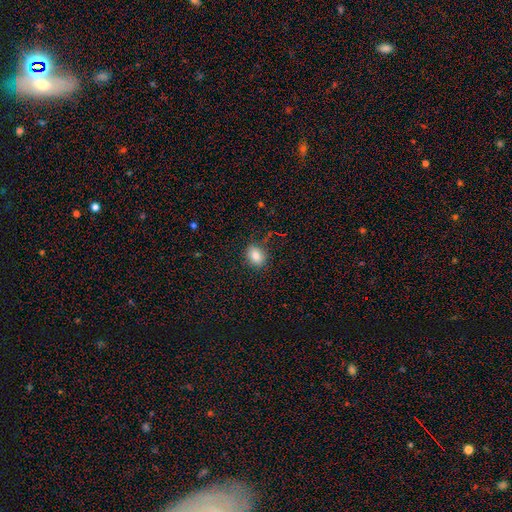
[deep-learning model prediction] smooth_or_featured: smooth (p=0.84) [alt: star or artifact p=0.10]
how_rounded: in between (p=0.64) [alt: round p=0.34]
merging: none (p=0.83) [alt: minor disturbance p=0.13]